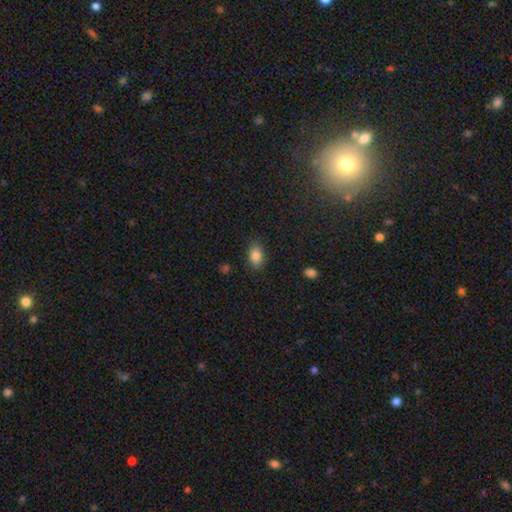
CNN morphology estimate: type=smooth (85%); roundness=in between (85%); merging=none (85%).